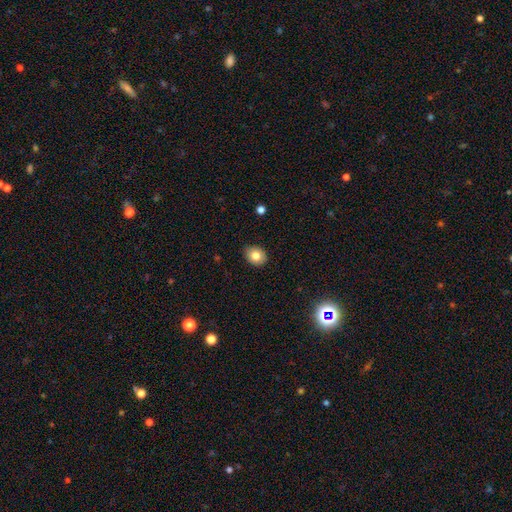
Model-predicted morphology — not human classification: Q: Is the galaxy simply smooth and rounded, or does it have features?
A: smooth — 80%.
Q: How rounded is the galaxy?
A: round — 50%.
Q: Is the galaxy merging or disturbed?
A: none — 88%.